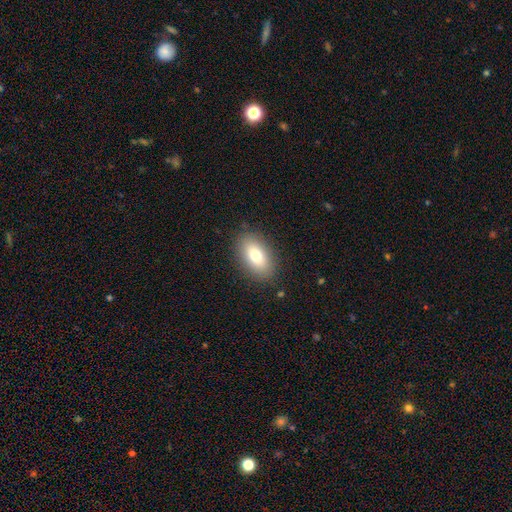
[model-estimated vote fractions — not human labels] A smooth galaxy with no disk features (76%) that is in between round and cigar-shaped (90%). Merging: none (87%).